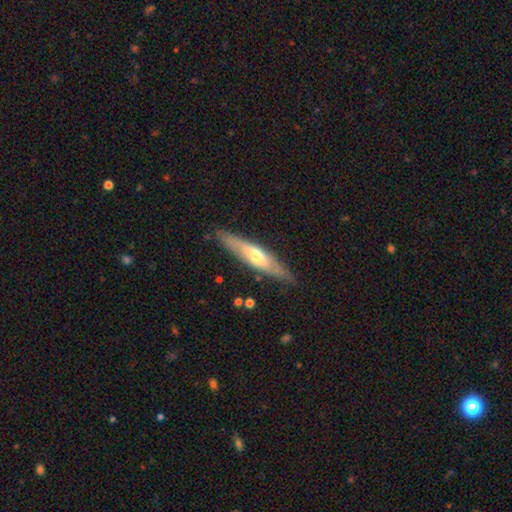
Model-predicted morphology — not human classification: Smooth or featured: featured or disk — 54% (smooth — 40%)
Edge-on disk: yes — 79% (no — 21%)
Merging: none — 84% (minor disturbance — 12%)